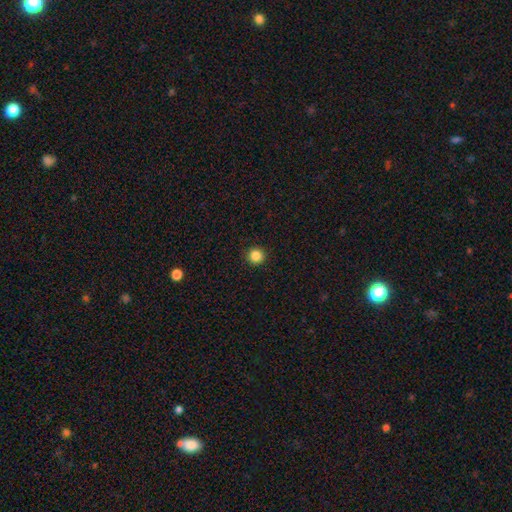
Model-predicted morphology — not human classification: A smooth galaxy with no disk features (85%) that is round (96%).

Vote fractions:
- Smooth or featured? smooth: 85% / star or artifact: 11% / featured or disk: 3%
- How rounded? round: 96% / in between: 3% / cigar-shaped: 1%
- Merging? none: 93% / minor disturbance: 5% / major disturbance: 2% / merger: 1%